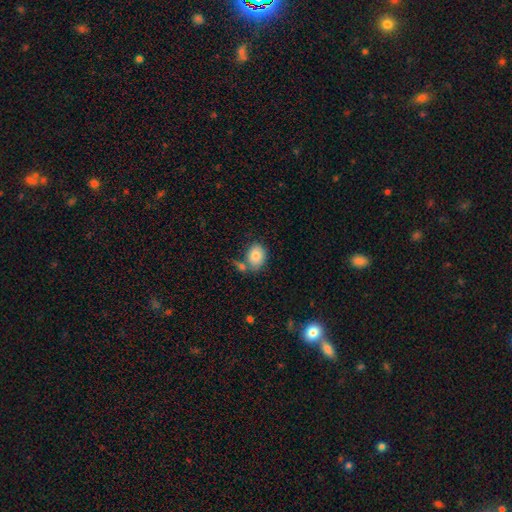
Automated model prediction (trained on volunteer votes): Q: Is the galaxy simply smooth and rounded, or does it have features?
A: smooth — 83%.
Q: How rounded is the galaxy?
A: in between — 68%.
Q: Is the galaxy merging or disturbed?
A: none — 56%.